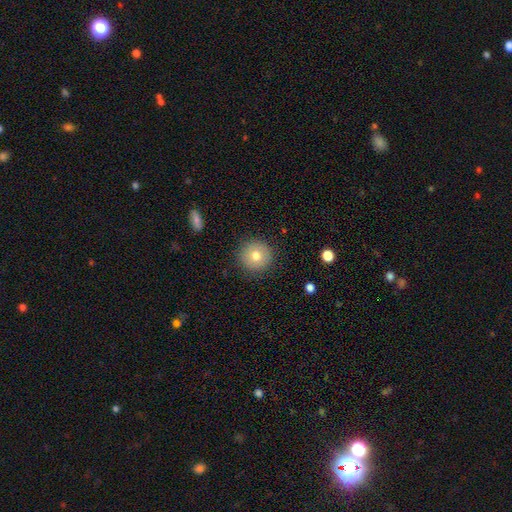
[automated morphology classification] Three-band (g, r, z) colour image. It shows a smooth galaxy with no disk features (76%) that is round (94%). Merging: none (89%).